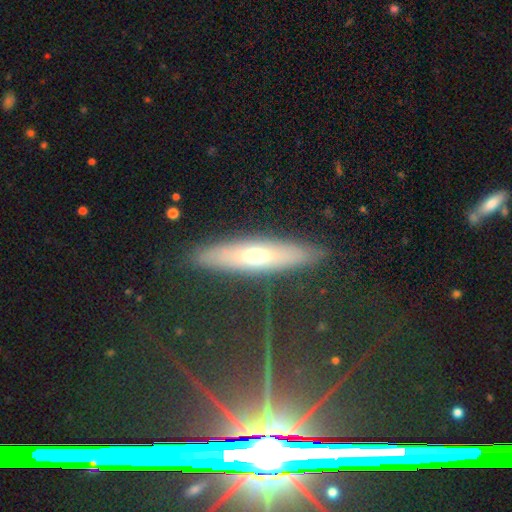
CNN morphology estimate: The model was most divided on "smooth or featured": featured or disk: 50%, smooth: 39%, star or artifact: 12%. More confident: merging — none (85%).